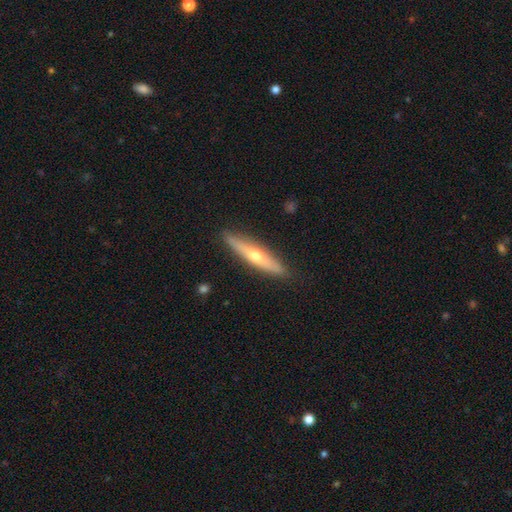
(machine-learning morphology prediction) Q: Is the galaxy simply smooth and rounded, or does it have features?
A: featured or disk — 58%.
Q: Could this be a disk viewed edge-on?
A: yes — 92%.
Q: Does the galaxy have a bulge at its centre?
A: rounded — 89%.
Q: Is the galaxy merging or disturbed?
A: none — 90%.